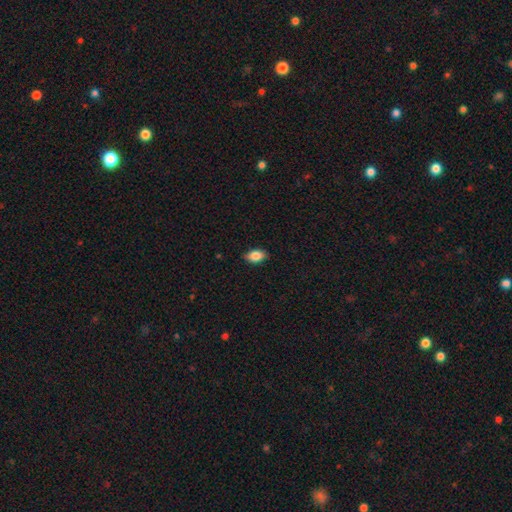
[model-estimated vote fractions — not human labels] A smooth galaxy with no disk features (83%) that is in between round and cigar-shaped (88%). Merging: none (85%).